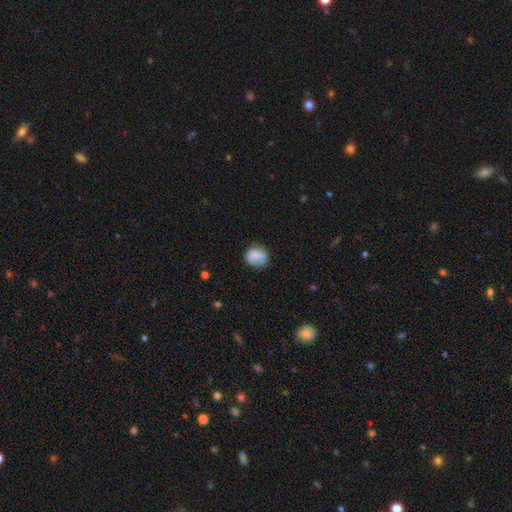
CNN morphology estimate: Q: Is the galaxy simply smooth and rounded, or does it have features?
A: smooth — 74%.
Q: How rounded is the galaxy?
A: round — 72%.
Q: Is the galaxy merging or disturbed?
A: none — 65%.